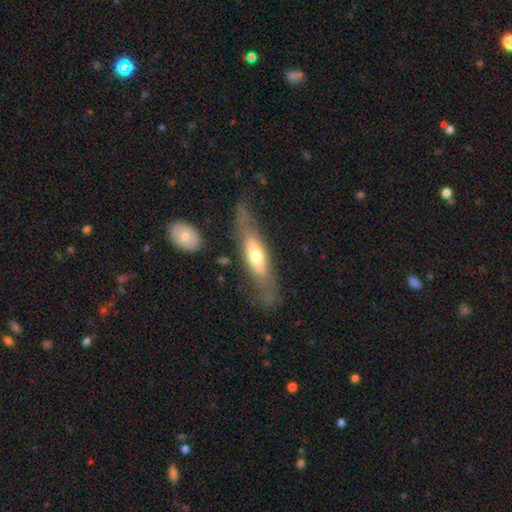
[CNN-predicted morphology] smooth-or-featured: featured or disk: 56% | smooth: 38% | star or artifact: 6%
  disk-edge-on: yes: 56% | no: 44%
  merging: none: 61% | minor disturbance: 21% | major disturbance: 14% | merger: 4%